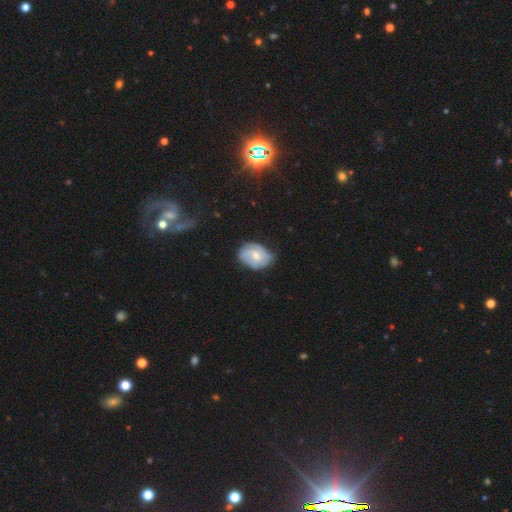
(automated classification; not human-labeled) Morphology: type=featured or disk (59%); edge-on=no (97%); bar=no (64%); spiral arms=yes (82%); bulge=moderate (60%); merging=none (63%).